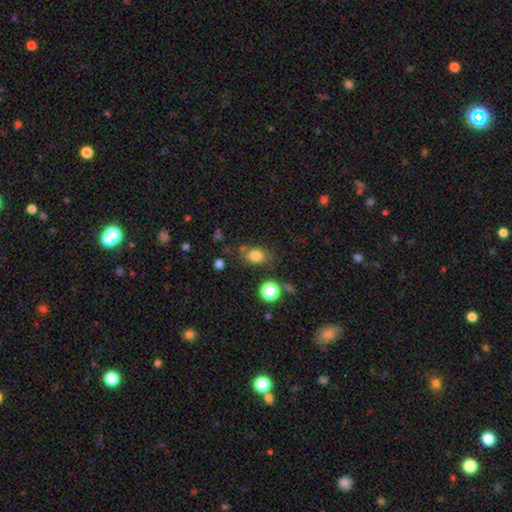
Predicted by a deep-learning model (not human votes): This appears to be a smooth galaxy with no disk features (80%) that is in between round and cigar-shaped (53%). Merging: none (69%).